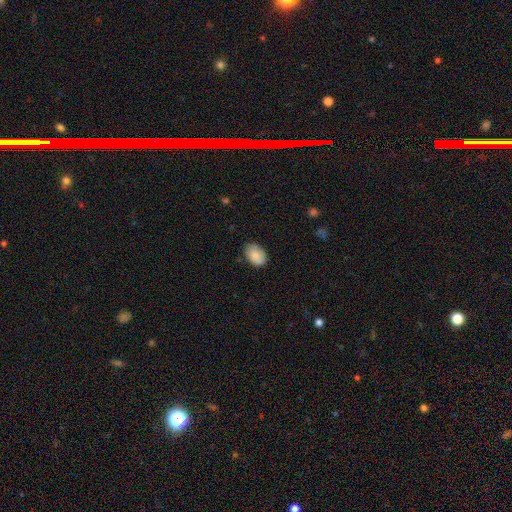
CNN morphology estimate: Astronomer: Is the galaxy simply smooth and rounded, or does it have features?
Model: smooth — 85%.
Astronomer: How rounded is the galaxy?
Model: in between — 83%.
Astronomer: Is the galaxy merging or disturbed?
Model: none — 79%.